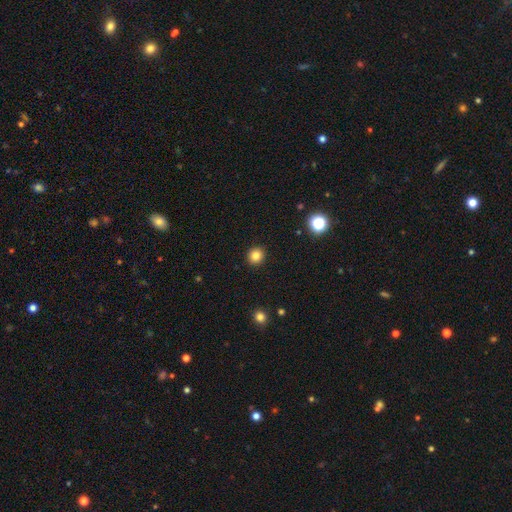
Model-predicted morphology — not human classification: smooth-or-featured: smooth: 83% | star or artifact: 12% | featured or disk: 5%
  how-rounded: round: 87% | in between: 12% | cigar-shaped: 1%
  merging: none: 93% | minor disturbance: 5% | major disturbance: 2% | merger: 1%